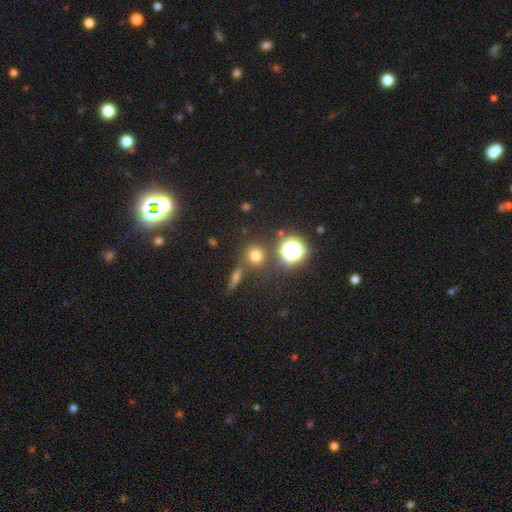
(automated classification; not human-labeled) smooth_or_featured: smooth (p=0.68) [alt: star or artifact p=0.23]
how_rounded: round (p=0.92) [alt: in between p=0.07]
merging: none (p=0.80) [alt: merger p=0.09]